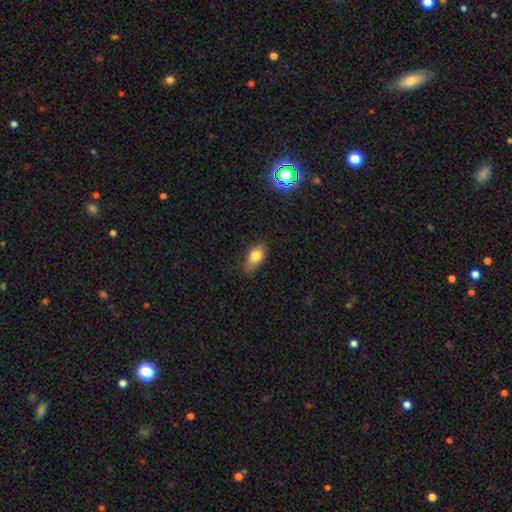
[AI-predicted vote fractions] This appears to be a smooth galaxy with no disk features (78%) that is in between round and cigar-shaped (85%). Merging: none (68%).